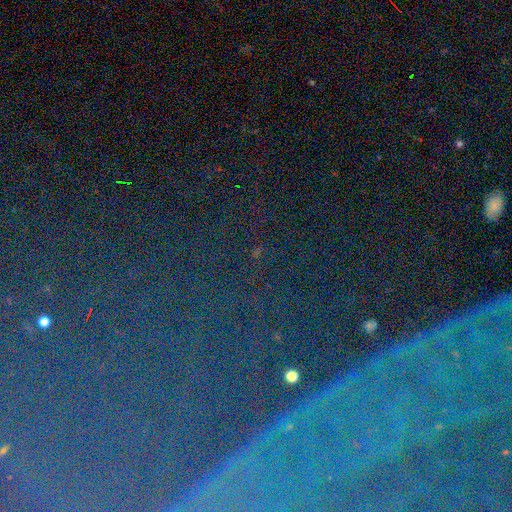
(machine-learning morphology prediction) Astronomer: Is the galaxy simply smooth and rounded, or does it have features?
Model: star or artifact — 75%.